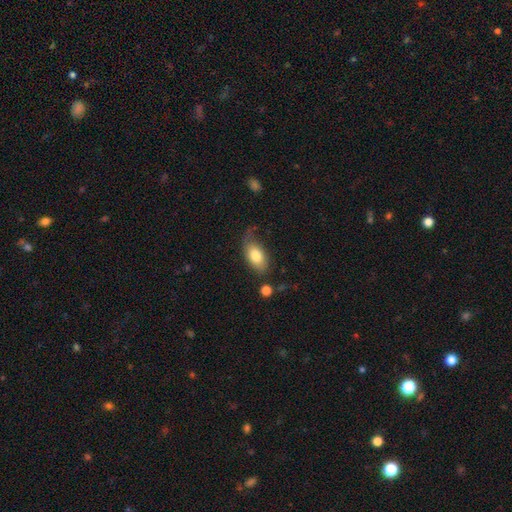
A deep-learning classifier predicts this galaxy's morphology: Q: Smooth or featured?
A: smooth (78%); runner-up: featured or disk (16%)
Q: How rounded?
A: in between (92%); runner-up: round (5%)
Q: Merging?
A: none (54%); runner-up: minor disturbance (28%)